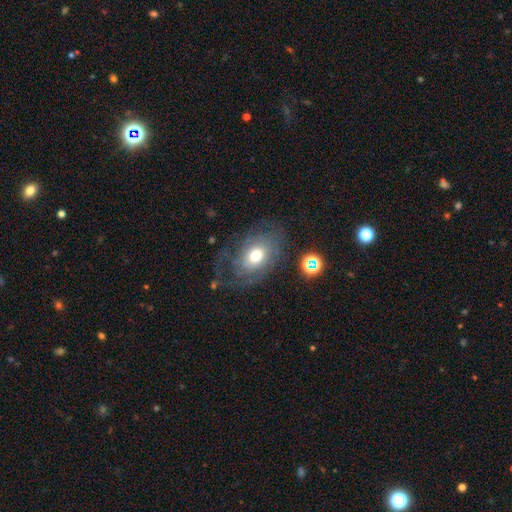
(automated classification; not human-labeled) This appears to be a featured or disk galaxy (58%) with no bar (79%), spiral arms (71%) and a moderate central bulge (55%). Merging: none (55%).